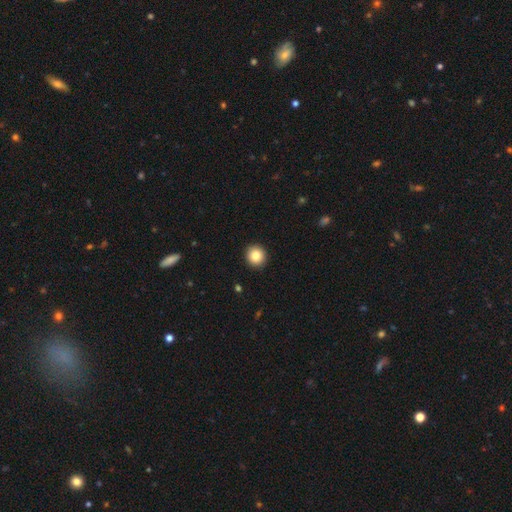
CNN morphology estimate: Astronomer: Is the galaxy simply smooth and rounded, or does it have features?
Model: smooth — 85%.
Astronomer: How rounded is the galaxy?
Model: round — 91%.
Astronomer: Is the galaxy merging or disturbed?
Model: none — 93%.